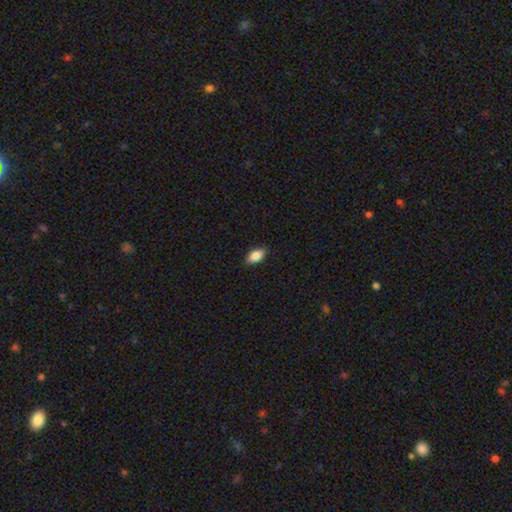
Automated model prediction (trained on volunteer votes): smooth_or_featured: smooth (p=0.86) [alt: star or artifact p=0.07]
how_rounded: in between (p=0.91) [alt: cigar-shaped p=0.05]
merging: none (p=0.88) [alt: minor disturbance p=0.09]